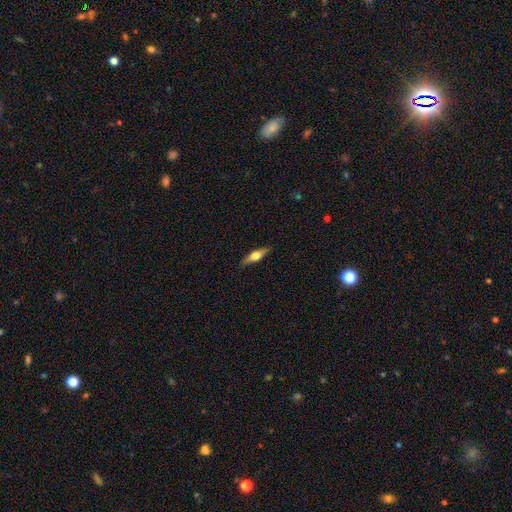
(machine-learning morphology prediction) This appears to be a featured or disk galaxy (55%) viewed edge-on (94%) with a rounded central bulge (93%). Merging: none (88%).